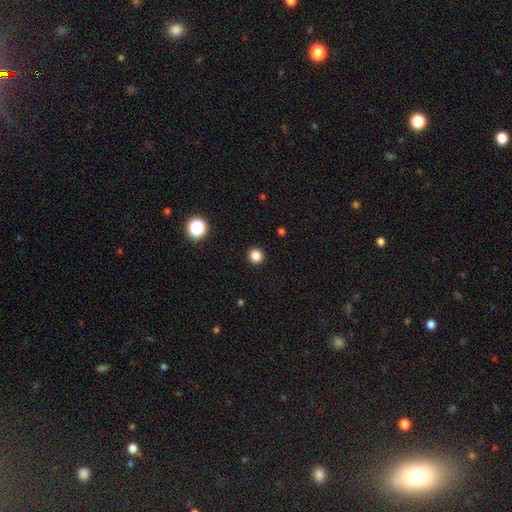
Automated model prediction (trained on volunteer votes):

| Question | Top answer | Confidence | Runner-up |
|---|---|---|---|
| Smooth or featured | smooth | 85% | star or artifact (12%) |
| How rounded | round | 94% | in between (5%) |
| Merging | none | 93% | minor disturbance (4%) |